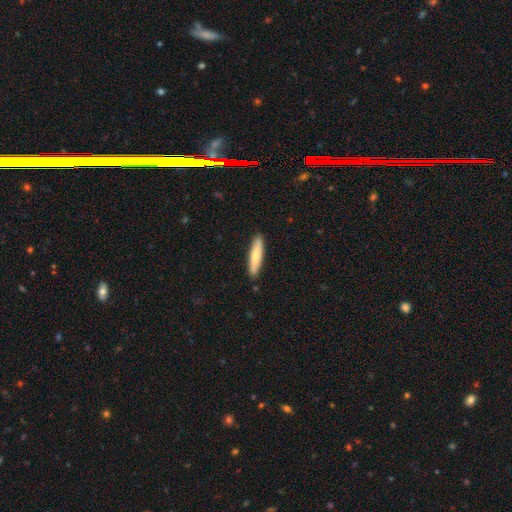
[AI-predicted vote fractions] The model was most divided on "smooth or featured": smooth: 76%, featured or disk: 19%, star or artifact: 5%. More confident: merging — none (87%); how rounded — cigar-shaped (86%).